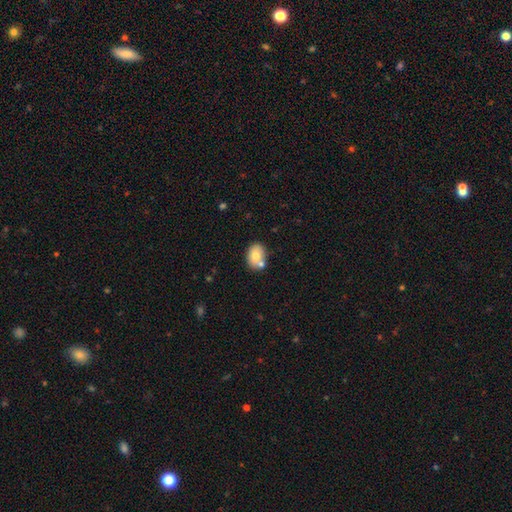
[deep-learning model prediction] A smooth galaxy with no disk features (75%) that is in between round and cigar-shaped (73%). Merging: none (62%).